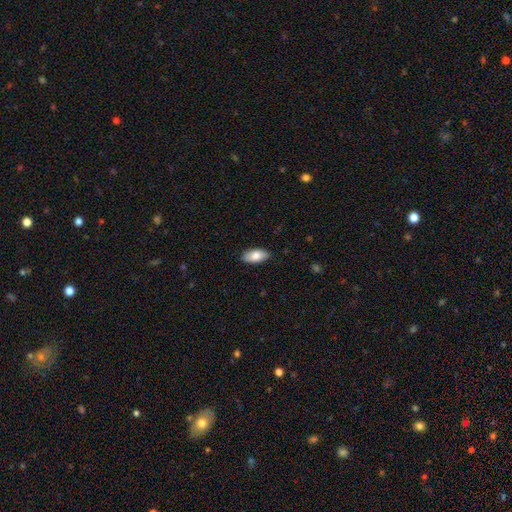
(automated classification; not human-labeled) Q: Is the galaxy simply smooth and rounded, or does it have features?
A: smooth — 81%.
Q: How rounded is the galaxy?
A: in between — 93%.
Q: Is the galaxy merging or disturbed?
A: none — 87%.